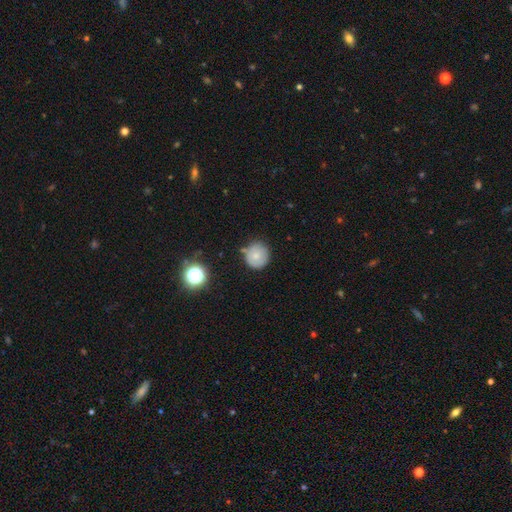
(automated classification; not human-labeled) Smooth or featured? smooth (74%)
How rounded? round (92%)
Merging? none (76%)